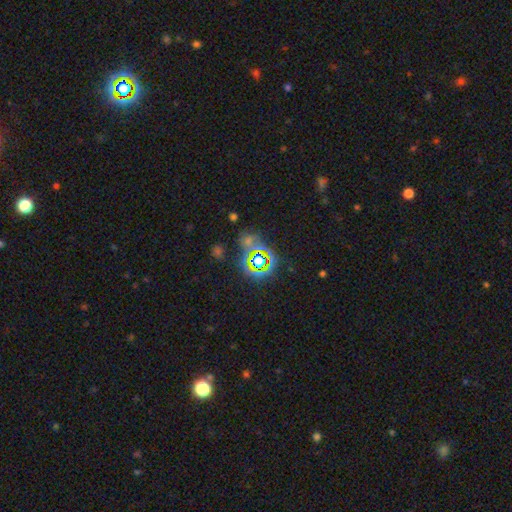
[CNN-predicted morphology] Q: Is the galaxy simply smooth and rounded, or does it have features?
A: star or artifact — 48%.